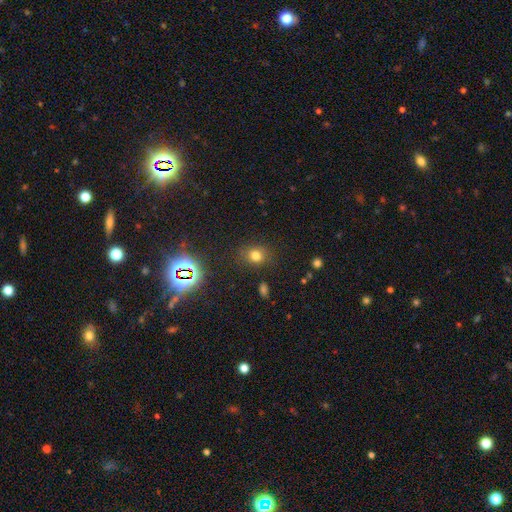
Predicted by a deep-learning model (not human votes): smooth_or_featured: smooth (p=0.72) [alt: star or artifact p=0.20]
how_rounded: round (p=0.65) [alt: in between p=0.34]
merging: none (p=0.81) [alt: minor disturbance p=0.12]